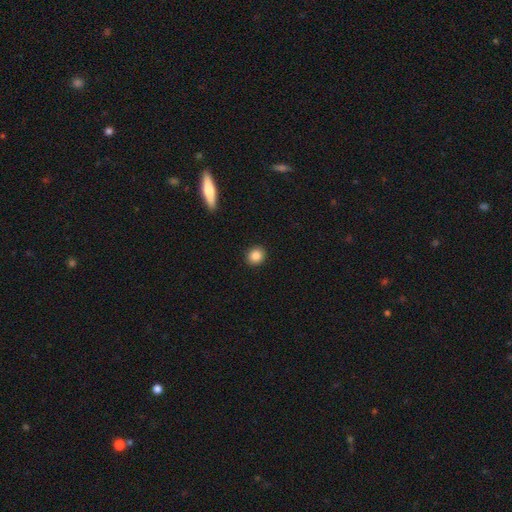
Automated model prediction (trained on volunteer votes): This appears to be a smooth galaxy with no disk features (87%) that is round (83%). Merging: none (92%).